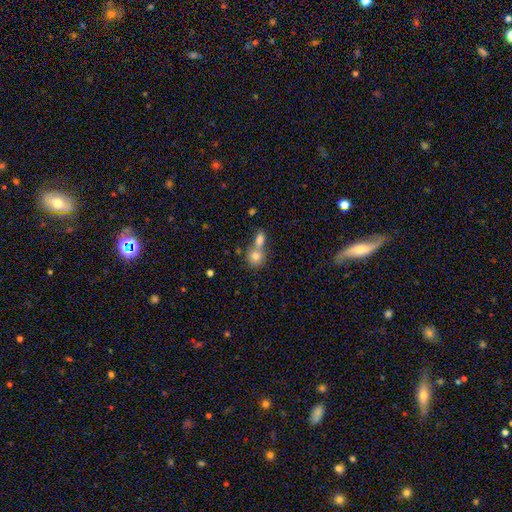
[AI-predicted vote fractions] smooth-or-featured: smooth: 70% | featured or disk: 16% | star or artifact: 14%
  how-rounded: round: 73% | in between: 24% | cigar-shaped: 4%
  merging: merger: 49% | none: 38% | minor disturbance: 8% | major disturbance: 5%